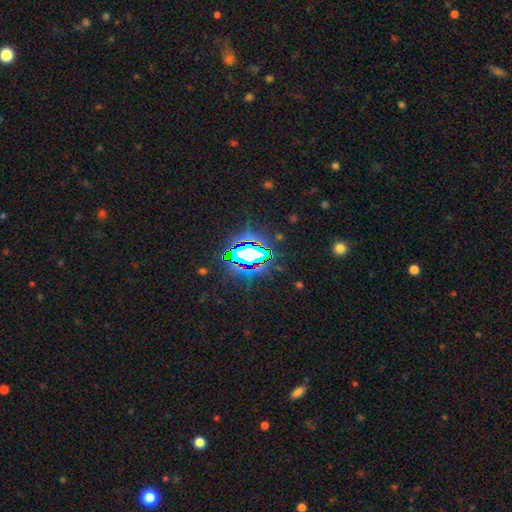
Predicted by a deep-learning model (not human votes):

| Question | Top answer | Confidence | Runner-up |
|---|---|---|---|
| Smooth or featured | star or artifact | 82% | smooth (11%) |